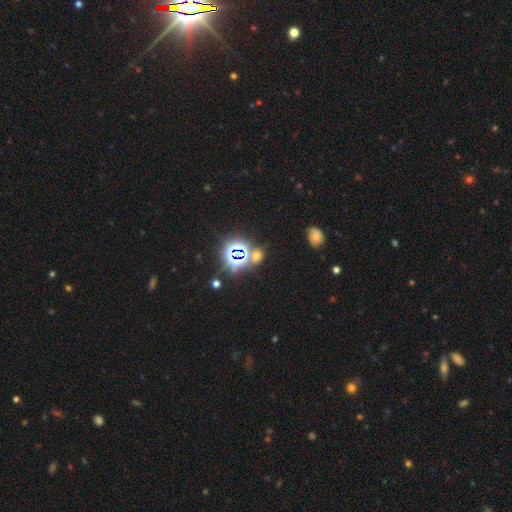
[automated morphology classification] This is possibly a star or artifact rather than a galaxy (59%).